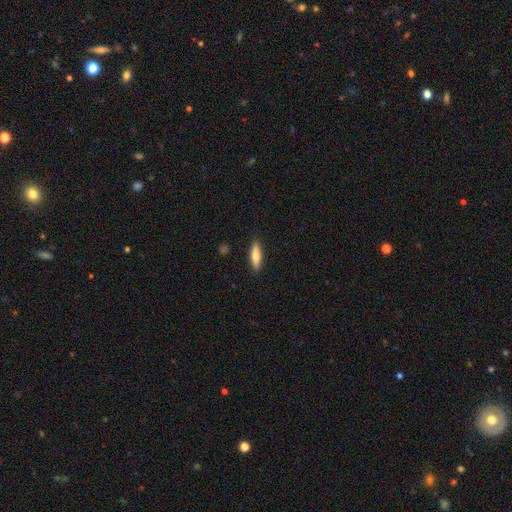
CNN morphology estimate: Smooth or featured? Predicted: smooth (p=0.74). How rounded? Predicted: cigar-shaped (p=0.61). Merging? Predicted: none (p=0.89).